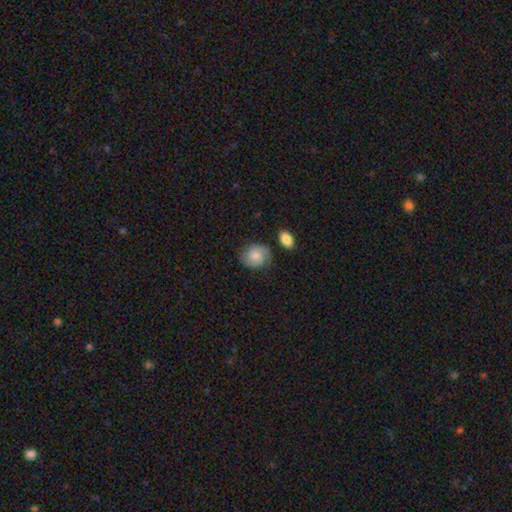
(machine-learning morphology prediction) Smooth or featured? smooth (54%)
How rounded? round (65%)
Merging? none (75%)